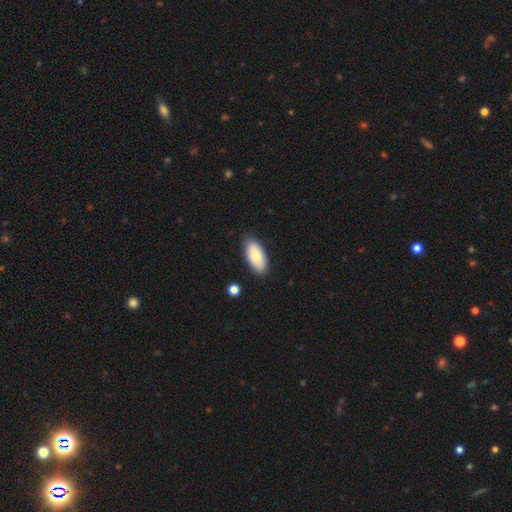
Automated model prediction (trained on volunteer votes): smooth 82%, featured or disk 12%, star or artifact 6%. Down the decision tree: how rounded — in between (92%); merging — none (84%).